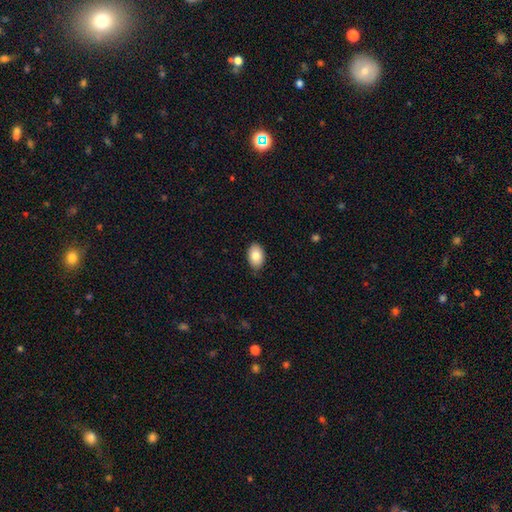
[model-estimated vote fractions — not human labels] Smooth or featured?
  - smooth: 83% *
  - featured or disk: 10%
  - star or artifact: 7%
How rounded?
  - in between: 89% *
  - round: 10%
  - cigar-shaped: 1%
Merging?
  - none: 84% *
  - minor disturbance: 13%
  - major disturbance: 2%
  - merger: 1%